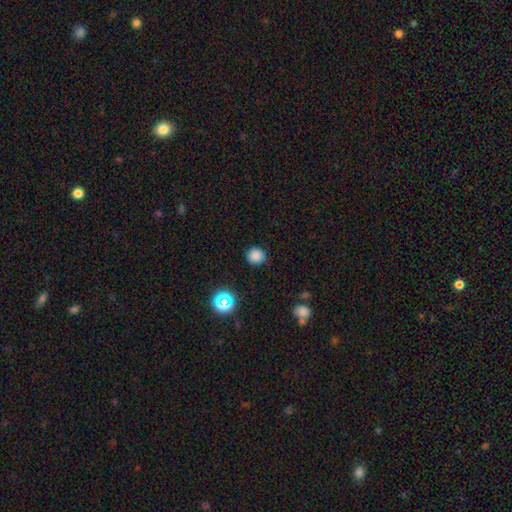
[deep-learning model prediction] Smooth or featured? smooth (82%)
How rounded? round (90%)
Merging? none (88%)